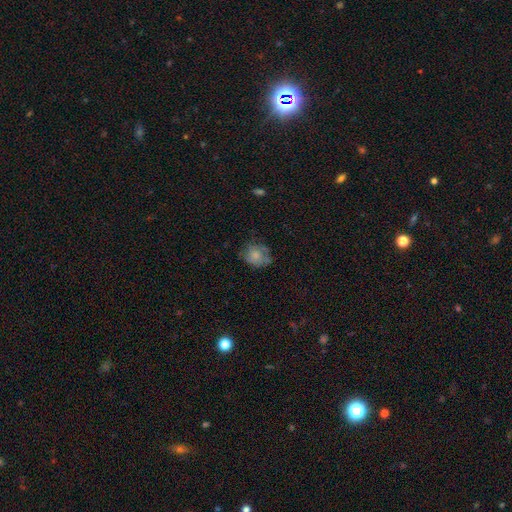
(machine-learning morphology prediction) Q: Smooth or featured?
A: smooth (65%); runner-up: featured or disk (26%)
Q: How rounded?
A: round (68%); runner-up: in between (31%)
Q: Merging?
A: none (58%); runner-up: minor disturbance (27%)